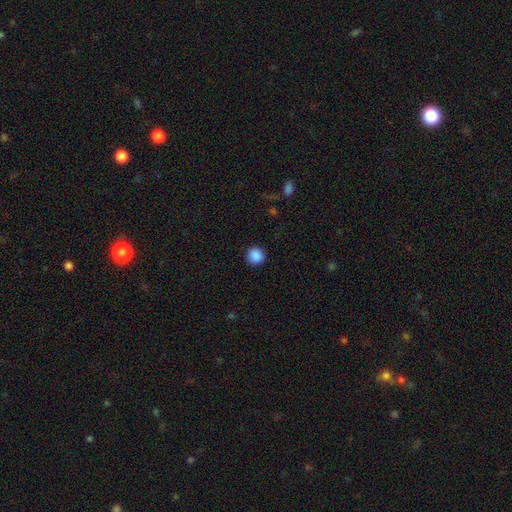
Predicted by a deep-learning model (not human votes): A smooth galaxy with no disk features (88%) that is round (93%). Merging: none (91%).